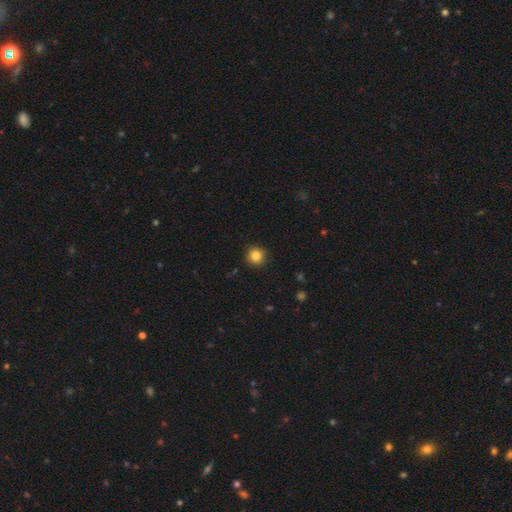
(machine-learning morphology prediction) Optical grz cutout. It shows a smooth galaxy with no disk features (84%) that is round (93%). Merging: none (89%).